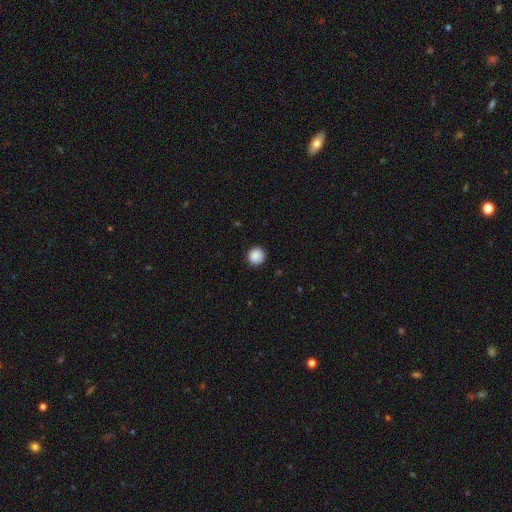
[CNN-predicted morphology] Smooth or featured?
  - smooth: 89% *
  - star or artifact: 9%
  - featured or disk: 2%
How rounded?
  - round: 95% *
  - in between: 4%
  - cigar-shaped: 1%
Merging?
  - none: 92% *
  - minor disturbance: 6%
  - major disturbance: 2%
  - merger: 1%